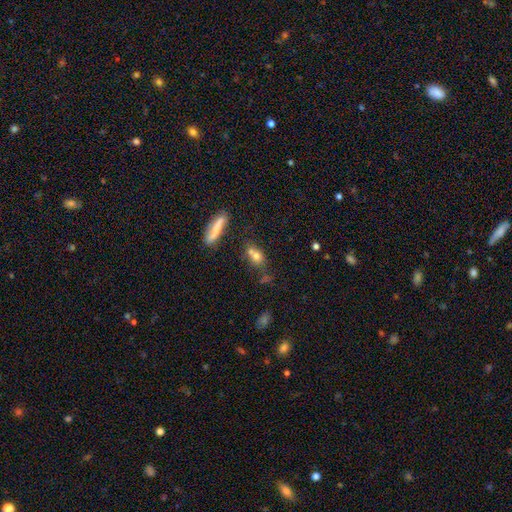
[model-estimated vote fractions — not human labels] A smooth galaxy with no disk features (69%) that is in between round and cigar-shaped (51%).

Vote fractions:
- Smooth or featured? smooth: 69% / featured or disk: 17% / star or artifact: 14%
- How rounded? in between: 51% / round: 37% / cigar-shaped: 12%
- Merging? none: 45% / merger: 36% / minor disturbance: 14% / major disturbance: 6%